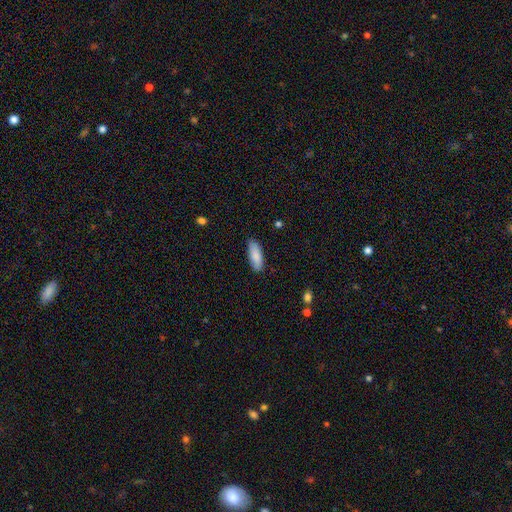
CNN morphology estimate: This appears to be a smooth galaxy with no disk features (87%) that is in between round and cigar-shaped (67%). Merging: none (86%).